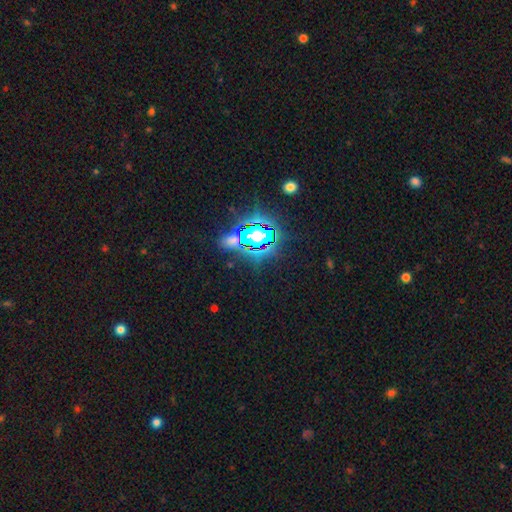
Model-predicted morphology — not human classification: Overall: star or artifact (84%).